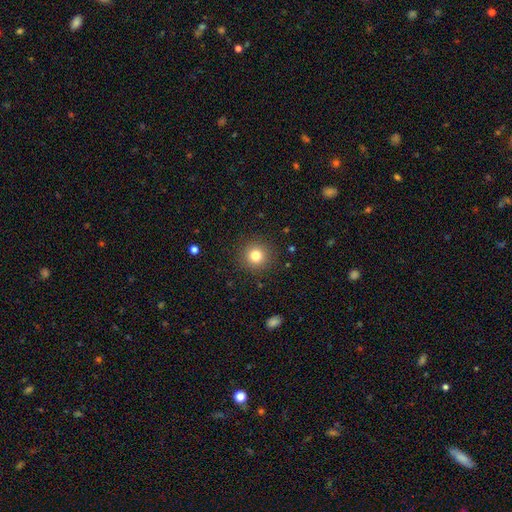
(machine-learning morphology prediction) Smooth or featured: smooth — 81% (star or artifact — 12%)
How rounded: round — 94% (in between — 5%)
Merging: none — 90% (minor disturbance — 6%)